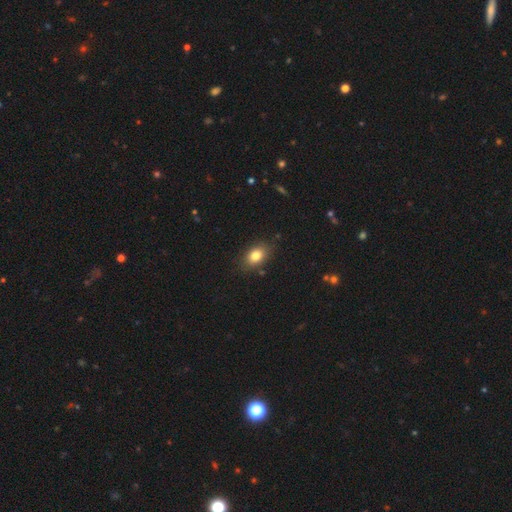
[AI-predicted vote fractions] Overall: smooth (81%). How rounded: in between (79%). Merging: none (83%).